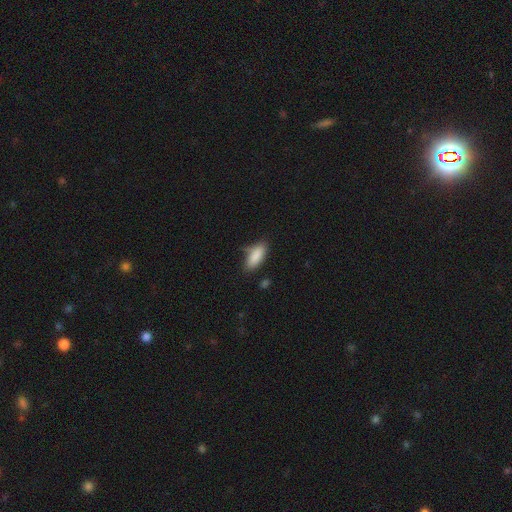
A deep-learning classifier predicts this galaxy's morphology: Q: Smooth or featured?
A: smooth (88%); runner-up: star or artifact (7%)
Q: How rounded?
A: in between (79%); runner-up: cigar-shaped (19%)
Q: Merging?
A: none (70%); runner-up: minor disturbance (22%)